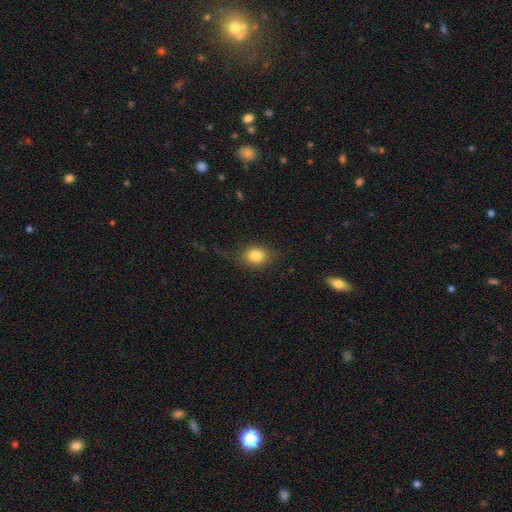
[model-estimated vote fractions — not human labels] A smooth galaxy with no disk features (82%) that is in between round and cigar-shaped (60%).

Vote fractions:
- Smooth or featured? smooth: 82% / star or artifact: 9% / featured or disk: 9%
- How rounded? in between: 60% / round: 39% / cigar-shaped: 2%
- Merging? none: 76% / minor disturbance: 16% / major disturbance: 7% / merger: 1%